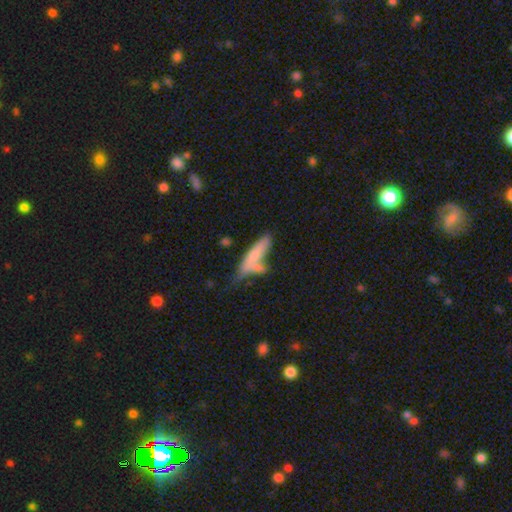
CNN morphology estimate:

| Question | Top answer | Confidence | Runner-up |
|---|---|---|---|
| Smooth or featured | smooth | 67% | featured or disk (26%) |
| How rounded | cigar-shaped | 70% | in between (28%) |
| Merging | none | 39% | merger (31%) |